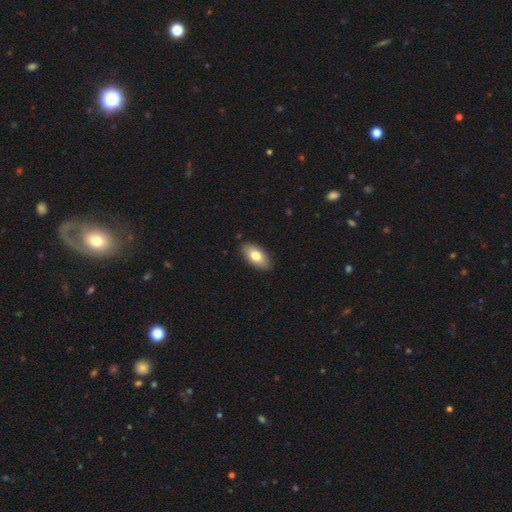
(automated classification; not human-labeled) This is likely a smooth galaxy (77%). How rounded: clearly in between (94%). Merging: clearly none (88%).